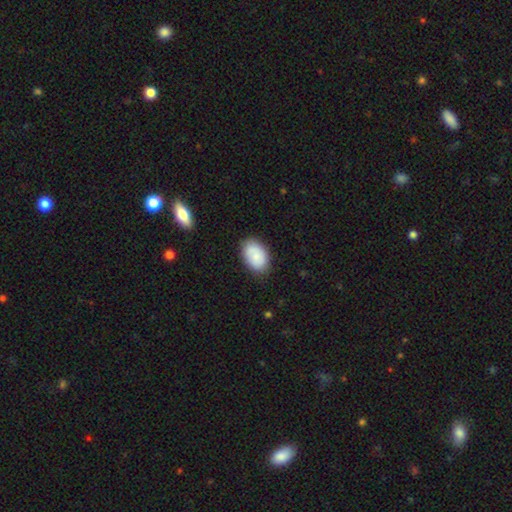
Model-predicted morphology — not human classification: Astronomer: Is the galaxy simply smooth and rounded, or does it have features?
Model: smooth — 78%.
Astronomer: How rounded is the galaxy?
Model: in between — 87%.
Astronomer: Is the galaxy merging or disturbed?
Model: none — 80%.